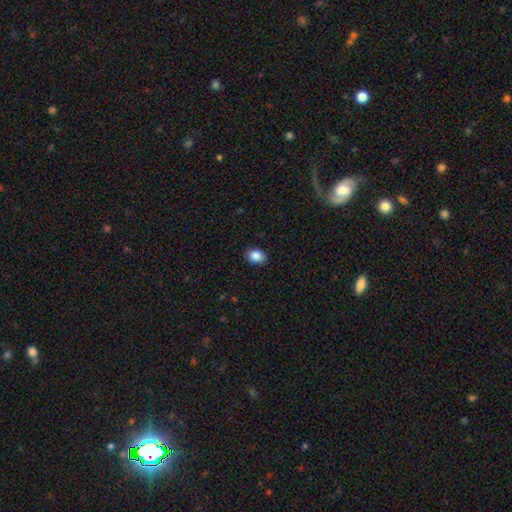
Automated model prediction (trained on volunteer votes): A smooth galaxy with no disk features (88%) that is in between round and cigar-shaped (70%). Merging: none (86%).